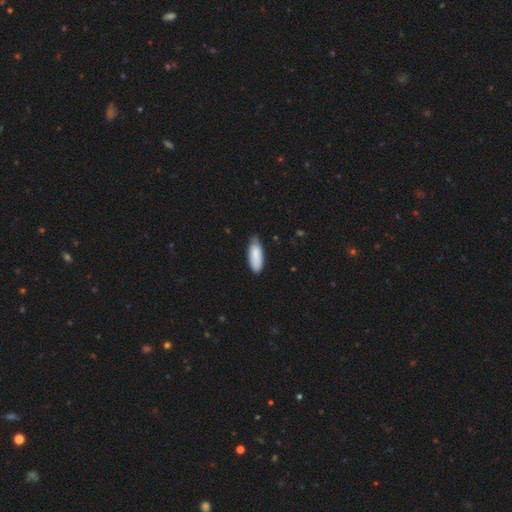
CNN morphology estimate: smooth_or_featured: smooth (p=0.85) [alt: featured or disk p=0.09]
how_rounded: in between (p=0.78) [alt: cigar-shaped p=0.21]
merging: none (p=0.71) [alt: minor disturbance p=0.25]